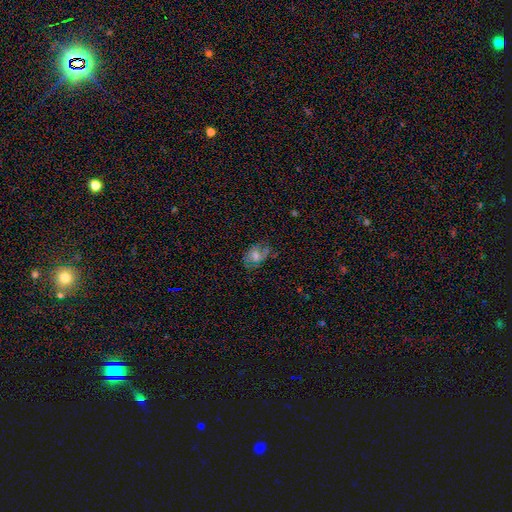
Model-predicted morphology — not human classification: smooth-or-featured: smooth: 43% | featured or disk: 42% | star or artifact: 15%
  merging: none: 64% | minor disturbance: 23% | major disturbance: 11% | merger: 2%